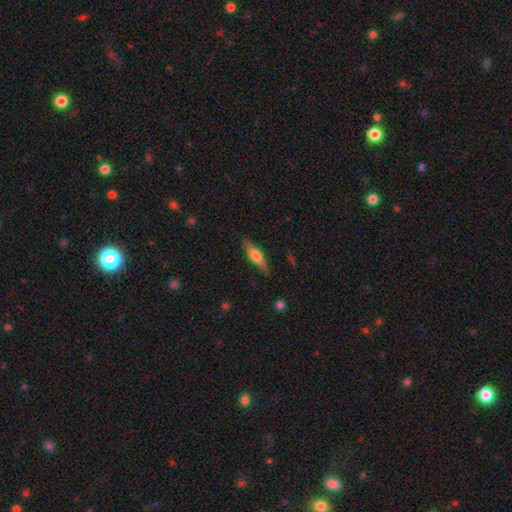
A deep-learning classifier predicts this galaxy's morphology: smooth 55%, featured or disk 39%, star or artifact 6%. Down the decision tree: how rounded — cigar-shaped (60%); merging — none (85%).